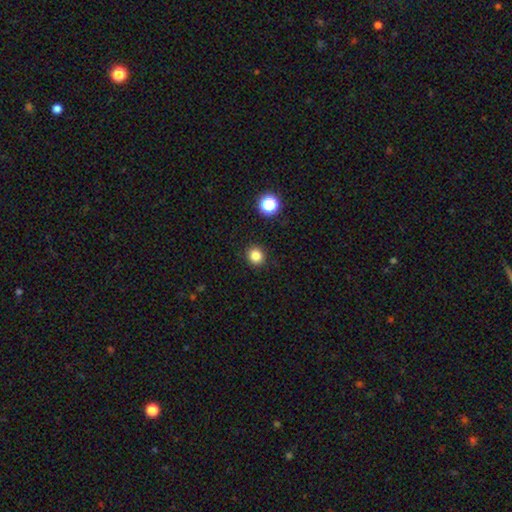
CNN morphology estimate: Smooth or featured? smooth (83%)
How rounded? round (88%)
Merging? none (91%)